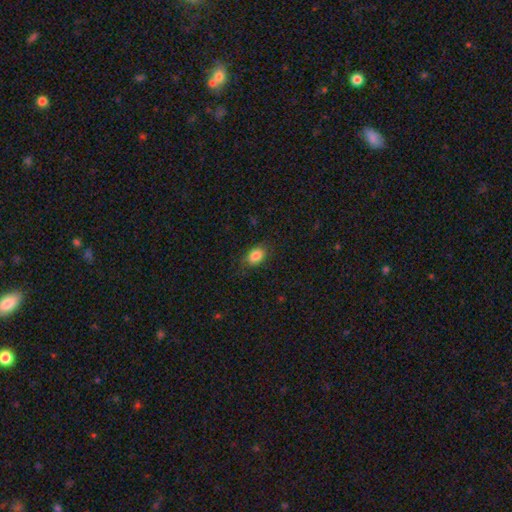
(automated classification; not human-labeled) Smooth or featured? Predicted: smooth (p=0.85). How rounded? Predicted: in between (p=0.82). Merging? Predicted: none (p=0.80).